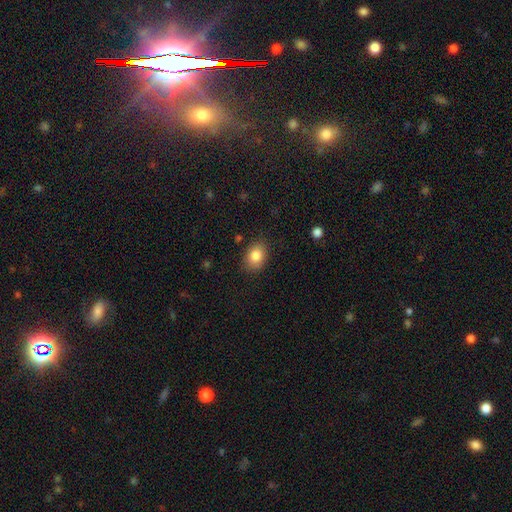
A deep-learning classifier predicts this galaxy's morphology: Smooth or featured: smooth — 84% (star or artifact — 8%)
How rounded: in between — 72% (round — 27%)
Merging: none — 83% (minor disturbance — 12%)